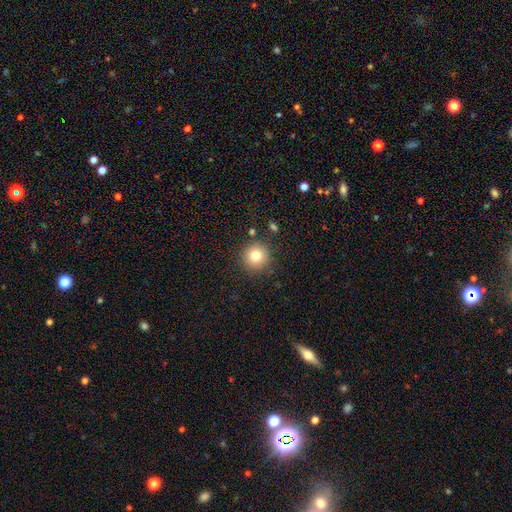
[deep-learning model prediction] smooth_or_featured: smooth (p=0.79) [alt: star or artifact p=0.12]
how_rounded: round (p=0.94) [alt: in between p=0.05]
merging: none (p=0.86) [alt: minor disturbance p=0.08]